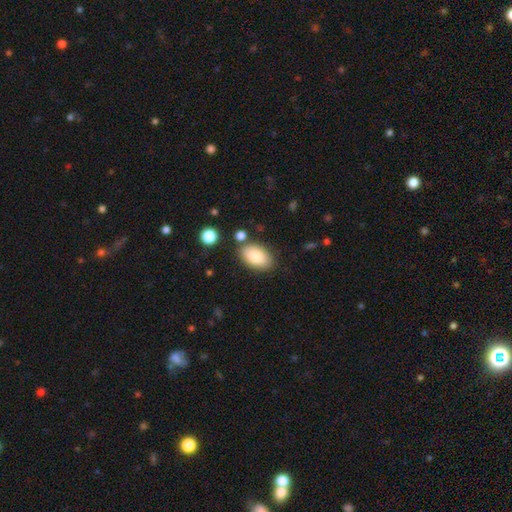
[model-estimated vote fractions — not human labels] smooth_or_featured: smooth (p=0.85) [alt: featured or disk p=0.08]
how_rounded: in between (p=0.94) [alt: round p=0.05]
merging: none (p=0.79) [alt: minor disturbance p=0.12]